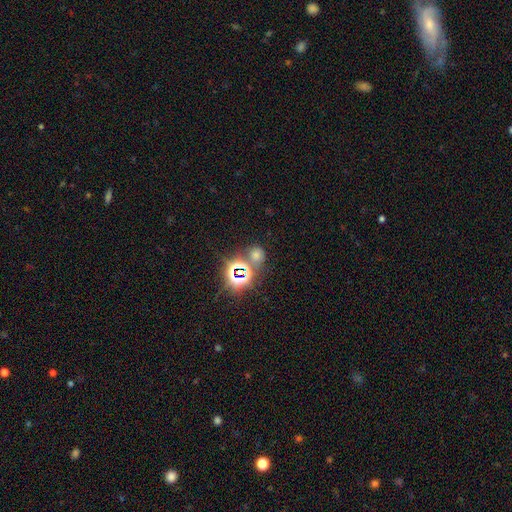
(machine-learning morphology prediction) star or artifact 60%, smooth 31%, featured or disk 9%.